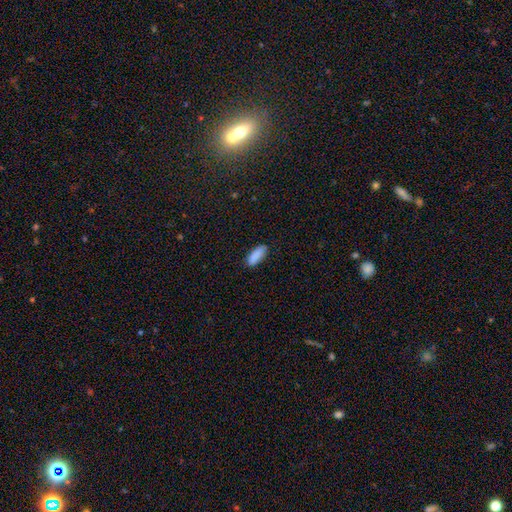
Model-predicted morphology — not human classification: This appears to be a smooth galaxy with no disk features (90%) that is in between round and cigar-shaped (74%). Merging: none (87%).